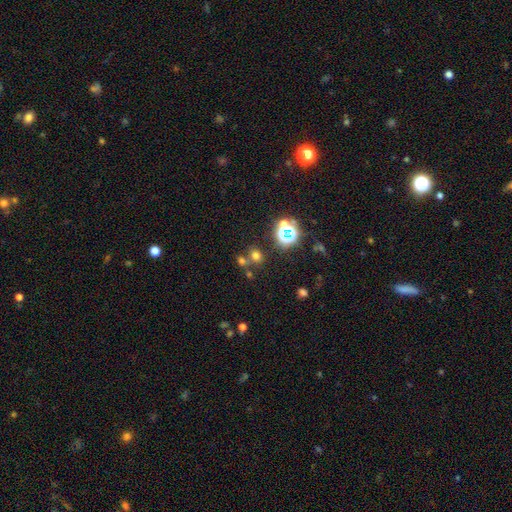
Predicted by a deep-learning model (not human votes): Smooth or featured: smooth — 58% (star or artifact — 33%)
How rounded: round — 68% (in between — 31%)
Merging: none — 59% (merger — 28%)